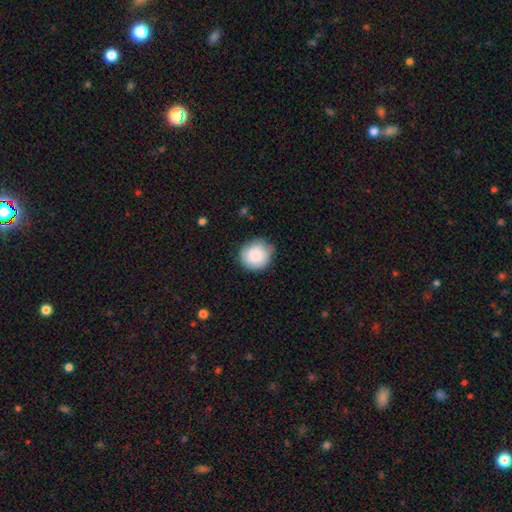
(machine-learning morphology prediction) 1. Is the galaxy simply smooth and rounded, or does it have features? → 86% smooth, 7% star or artifact, 7% featured or disk.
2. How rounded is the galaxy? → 90% round, 10% in between, 1% cigar-shaped.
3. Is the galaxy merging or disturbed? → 79% none, 17% minor disturbance, 3% major disturbance, 1% merger.